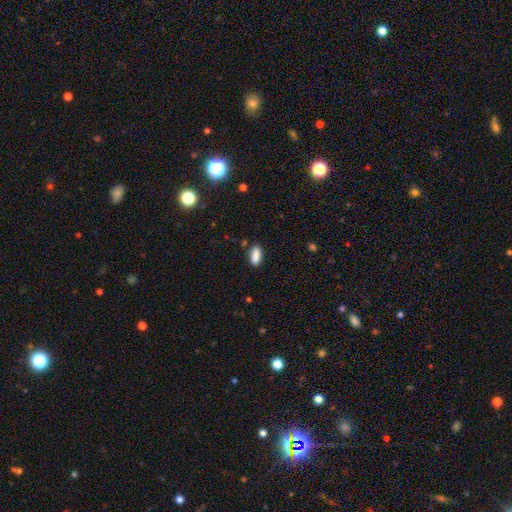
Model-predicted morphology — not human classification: smooth 88%, star or artifact 8%, featured or disk 5%. Down the decision tree: how rounded — in between (79%); merging — none (85%).